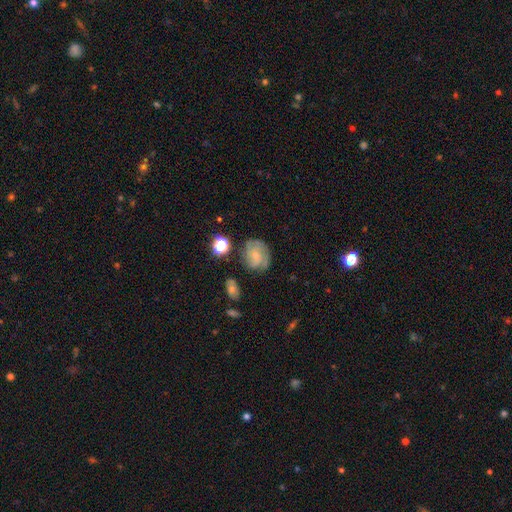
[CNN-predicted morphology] smooth-or-featured: featured or disk: 61% | smooth: 28% | star or artifact: 11%
  disk-edge-on: no: 97% | yes: 3%
    bar: no: 75% | weak: 22% | strong: 3%
    has-spiral-arms: yes: 87% | no: 13%
      spiral-winding: tight: 49% | medium: 38% | loose: 14%
      spiral-arm-count: can't tell: 36% | 3: 25% | 2: 19% | 4: 10% | 1: 5% | more than 4: 5%
    bulge-size: small: 71% | moderate: 24% | none: 3% | large: 1% | dominant: 1%
  merging: none: 66% | minor disturbance: 22% | major disturbance: 9% | merger: 3%